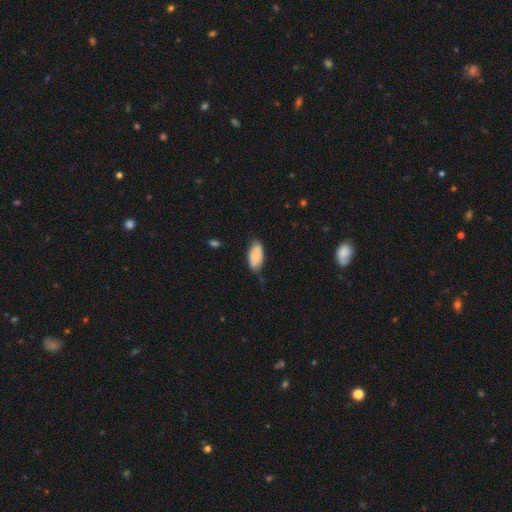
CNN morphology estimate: type=smooth (79%); roundness=in between (93%); merging=none (68%).